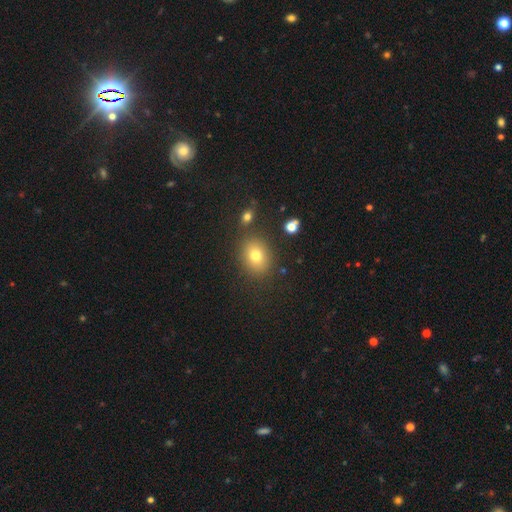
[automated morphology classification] A smooth galaxy with no disk features (76%) that is in between round and cigar-shaped (51%). Merging: none (82%).